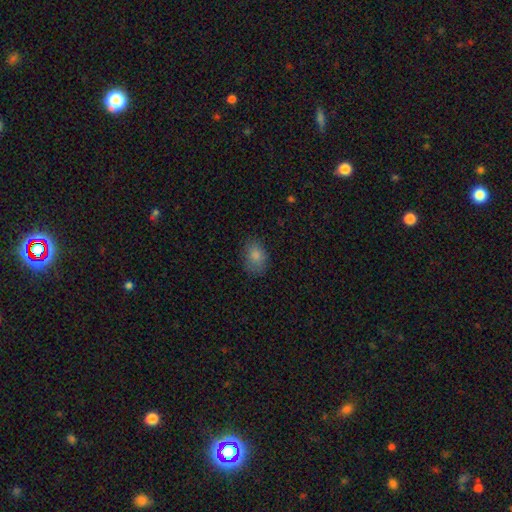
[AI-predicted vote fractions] Smooth or featured?
  - smooth: 83% *
  - star or artifact: 10%
  - featured or disk: 7%
How rounded?
  - in between: 73% *
  - round: 26%
  - cigar-shaped: 1%
Merging?
  - none: 77% *
  - minor disturbance: 17%
  - major disturbance: 5%
  - merger: 1%